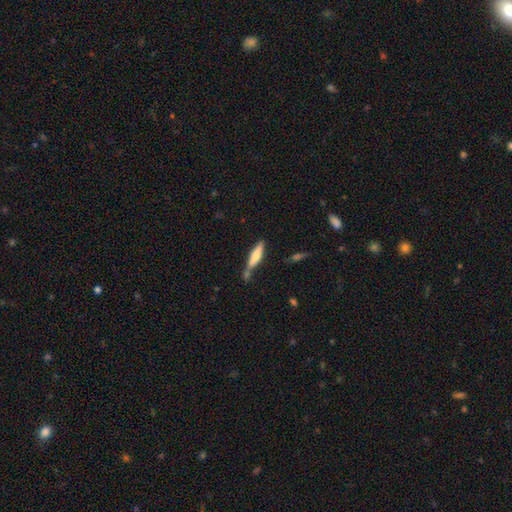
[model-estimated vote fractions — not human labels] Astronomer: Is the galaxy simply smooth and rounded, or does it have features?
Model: smooth — 60%.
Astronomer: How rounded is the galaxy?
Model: cigar-shaped — 79%.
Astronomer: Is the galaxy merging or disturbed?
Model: none — 55%.